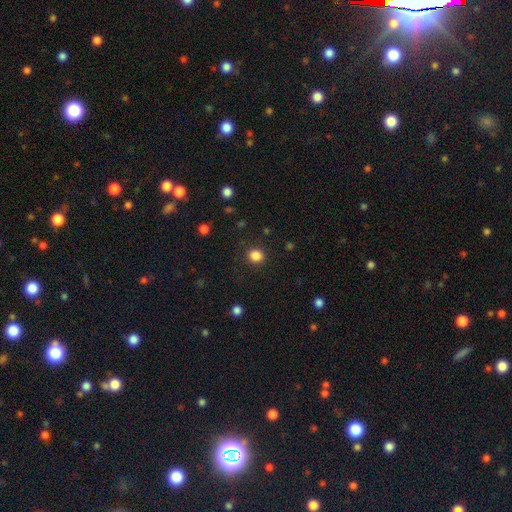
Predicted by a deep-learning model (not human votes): Morphology: type=smooth (86%); roundness=round (82%); merging=none (89%).